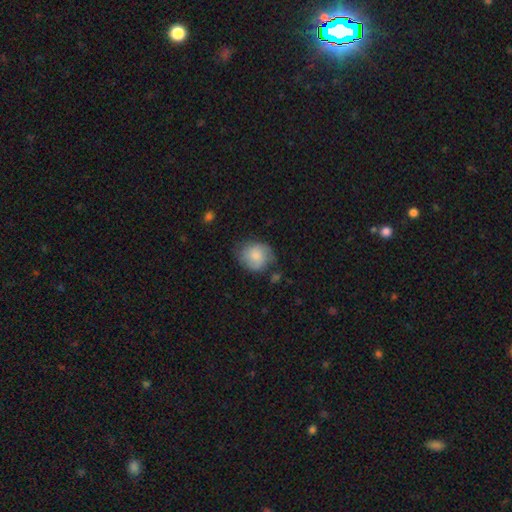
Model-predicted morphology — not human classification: Smooth or featured? Predicted: smooth (p=0.72). How rounded? Predicted: round (p=0.72). Merging? Predicted: none (p=0.60).